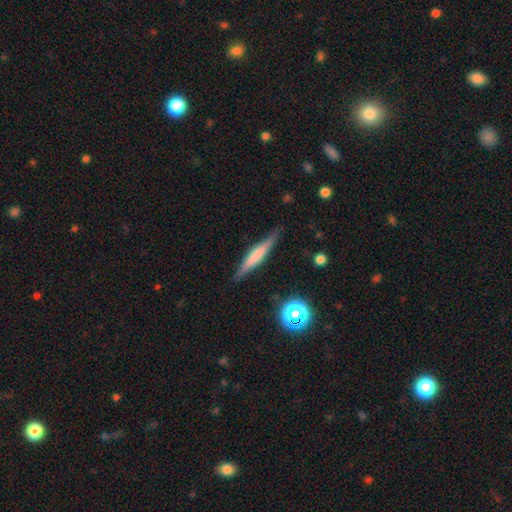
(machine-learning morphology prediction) smooth_or_featured: featured or disk (p=0.51) [alt: smooth p=0.42]
disk_edge_on: yes (p=0.96) [alt: no p=0.04]
merging: none (p=0.86) [alt: minor disturbance p=0.10]